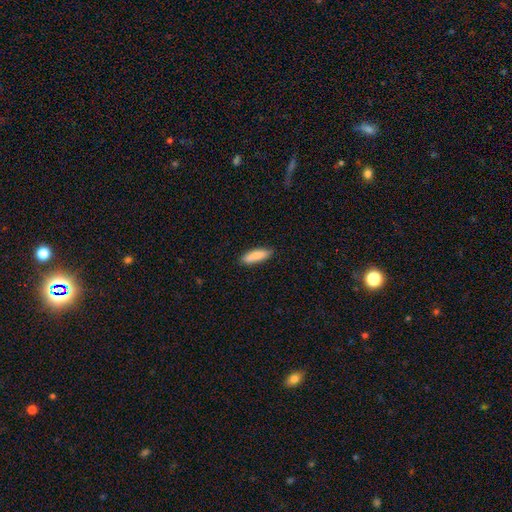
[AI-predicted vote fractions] Q: Smooth or featured?
A: smooth (85%); runner-up: featured or disk (10%)
Q: How rounded?
A: cigar-shaped (51%); runner-up: in between (47%)
Q: Merging?
A: none (85%); runner-up: minor disturbance (12%)